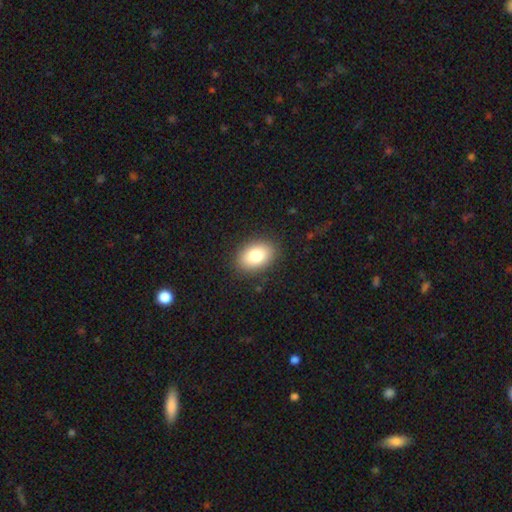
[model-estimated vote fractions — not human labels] smooth-or-featured: smooth: 81% | featured or disk: 11% | star or artifact: 8%
  how-rounded: in between: 83% | round: 16% | cigar-shaped: 1%
  merging: none: 88% | minor disturbance: 8% | major disturbance: 2% | merger: 1%